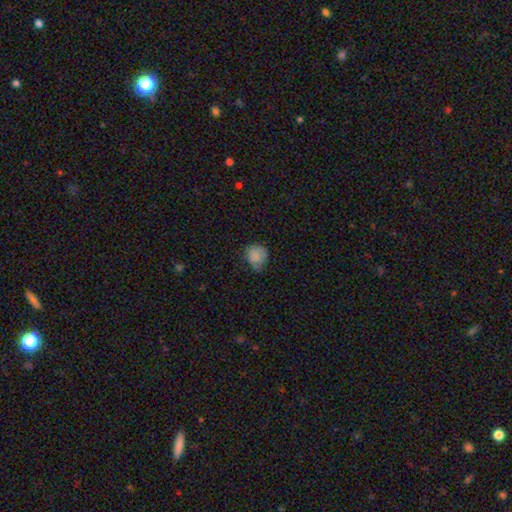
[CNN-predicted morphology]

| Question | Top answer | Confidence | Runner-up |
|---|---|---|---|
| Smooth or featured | smooth | 81% | star or artifact (10%) |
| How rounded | round | 71% | in between (28%) |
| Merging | none | 51% | minor disturbance (37%) |